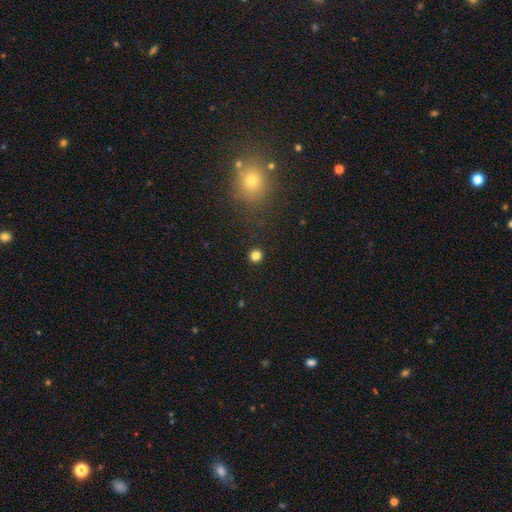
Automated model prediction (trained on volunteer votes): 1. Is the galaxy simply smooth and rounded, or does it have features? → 82% smooth, 14% star or artifact, 4% featured or disk.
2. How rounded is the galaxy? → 92% round, 7% in between, 1% cigar-shaped.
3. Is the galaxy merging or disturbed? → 91% none, 5% minor disturbance, 2% major disturbance, 2% merger.